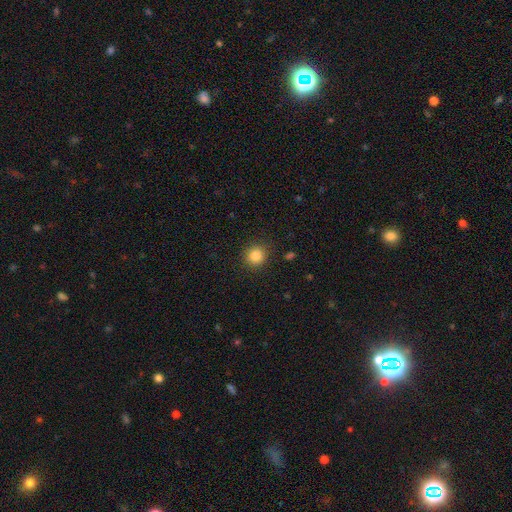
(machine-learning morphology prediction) smooth-or-featured: smooth: 84% | star or artifact: 11% | featured or disk: 5%
  how-rounded: round: 91% | in between: 8% | cigar-shaped: 1%
  merging: none: 90% | minor disturbance: 7% | major disturbance: 2% | merger: 1%